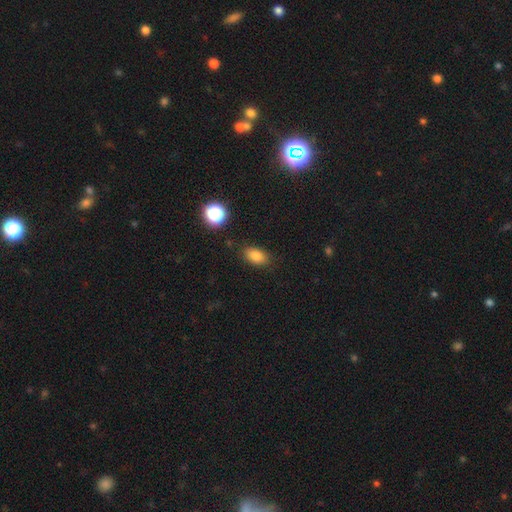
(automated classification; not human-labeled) Q: Smooth or featured?
A: smooth (82%); runner-up: star or artifact (12%)
Q: How rounded?
A: in between (87%); runner-up: round (11%)
Q: Merging?
A: none (84%); runner-up: minor disturbance (11%)